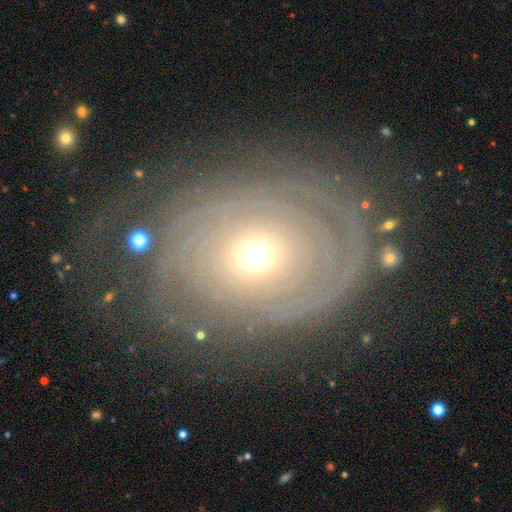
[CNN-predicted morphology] Smooth or featured? featured or disk (79%)
Edge-on disk? no (95%)
Bar? no (85%)
Spiral arms? yes (85%)
Spiral winding? tight (82%)
Spiral arm count? can't tell (40%)
Bulge size? moderate (54%)
Merging? none (73%)